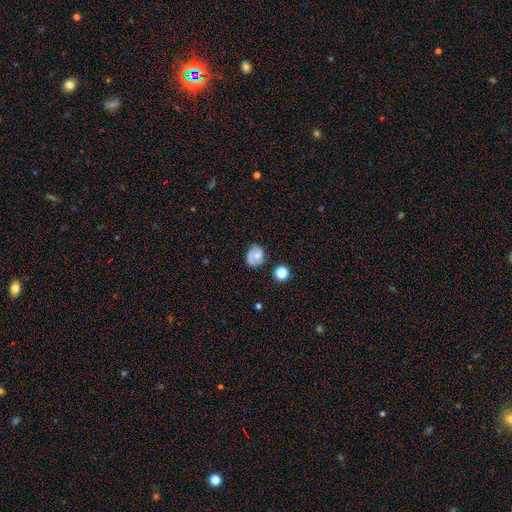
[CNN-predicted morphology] A featured or disk galaxy (47%).

Vote fractions:
- Smooth or featured? featured or disk: 47% / smooth: 43% / star or artifact: 10%
- Merging? none: 66% / minor disturbance: 23% / major disturbance: 7% / merger: 4%